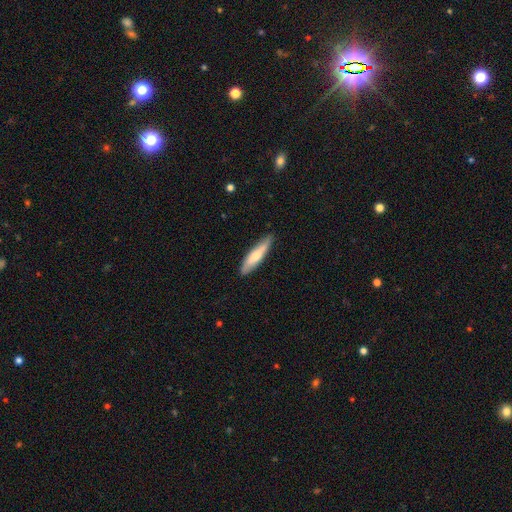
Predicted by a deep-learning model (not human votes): Smooth or featured?
  - smooth: 65% *
  - featured or disk: 30%
  - star or artifact: 5%
How rounded?
  - cigar-shaped: 78% *
  - in between: 21%
  - round: 1%
Merging?
  - none: 85% *
  - minor disturbance: 12%
  - major disturbance: 2%
  - merger: 1%